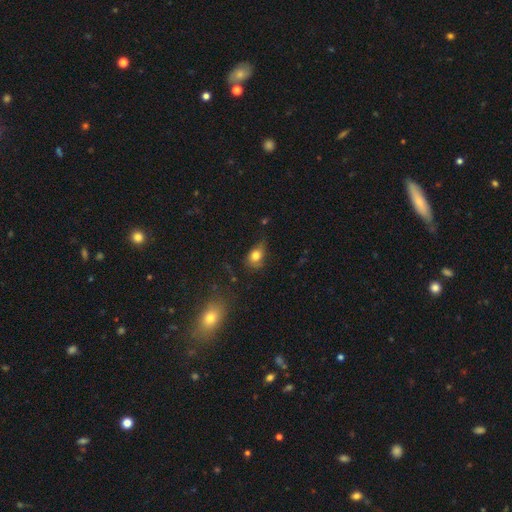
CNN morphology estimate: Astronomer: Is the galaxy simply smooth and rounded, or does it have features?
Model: smooth — 78%.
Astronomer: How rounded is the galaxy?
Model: in between — 65%.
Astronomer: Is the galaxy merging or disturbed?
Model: none — 49% (runner-up: minor disturbance, 35%).